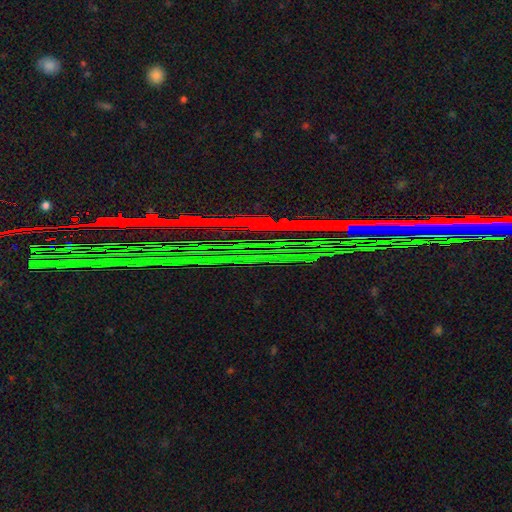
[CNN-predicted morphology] This appears to be a star or artifact, not a galaxy (83%).